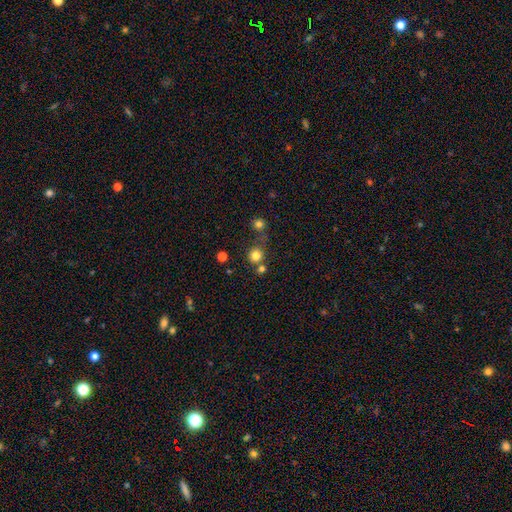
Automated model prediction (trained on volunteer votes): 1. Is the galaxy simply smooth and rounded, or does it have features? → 79% smooth, 14% star or artifact, 7% featured or disk.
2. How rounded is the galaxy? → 89% round, 10% in between, 1% cigar-shaped.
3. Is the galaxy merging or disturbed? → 64% none, 21% merger, 10% minor disturbance, 4% major disturbance.